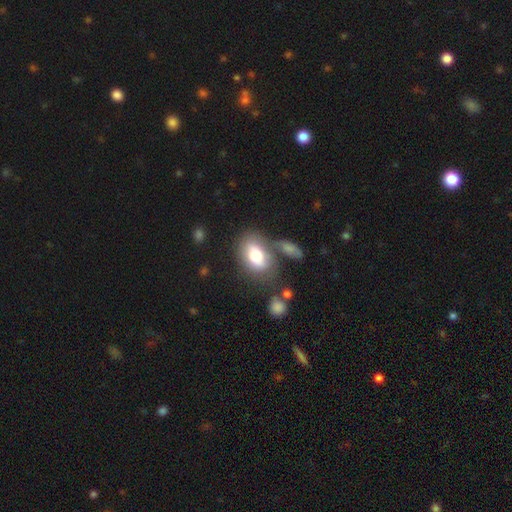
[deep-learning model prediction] This is likely a smooth galaxy (72%). How rounded: clearly in between (86%). Merging: possibly none (50%).